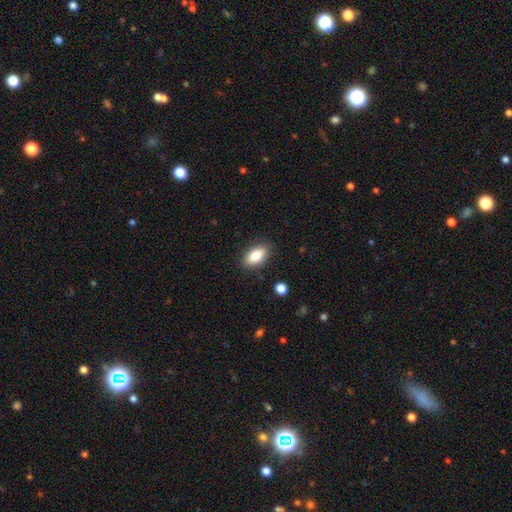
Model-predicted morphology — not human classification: Smooth or featured?
  - smooth: 79% *
  - featured or disk: 14%
  - star or artifact: 8%
How rounded?
  - in between: 87% *
  - cigar-shaped: 8%
  - round: 5%
Merging?
  - none: 86% *
  - minor disturbance: 10%
  - major disturbance: 2%
  - merger: 1%